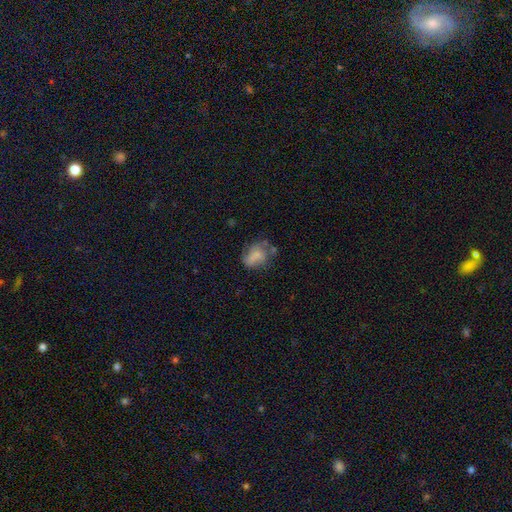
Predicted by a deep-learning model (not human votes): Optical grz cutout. It shows a smooth galaxy with no disk features (56%) that is in between round and cigar-shaped (57%). Merging: none (42%).